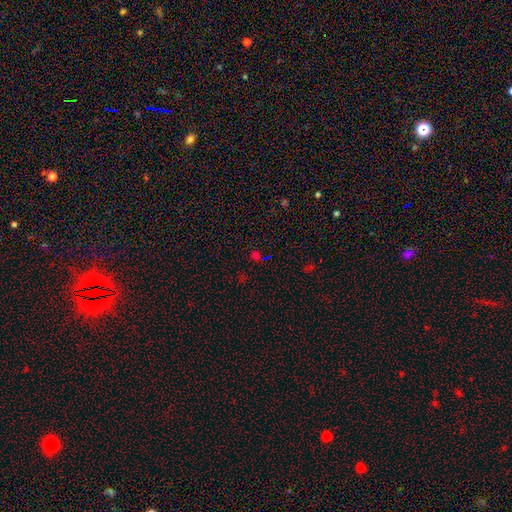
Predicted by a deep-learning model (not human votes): The model was most divided on "smooth or featured": star or artifact: 49%, smooth: 44%, featured or disk: 7%.